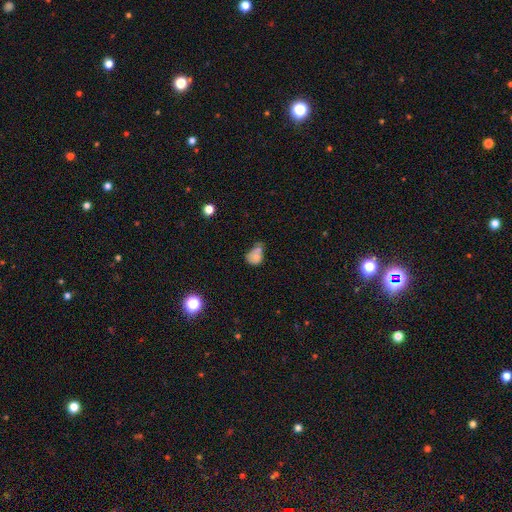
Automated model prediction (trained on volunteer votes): Smooth or featured?
  - smooth: 66% *
  - featured or disk: 21%
  - star or artifact: 13%
How rounded?
  - in between: 57% *
  - round: 42%
  - cigar-shaped: 2%
Merging?
  - merger: 33% *
  - none: 28%
  - minor disturbance: 24%
  - major disturbance: 15%